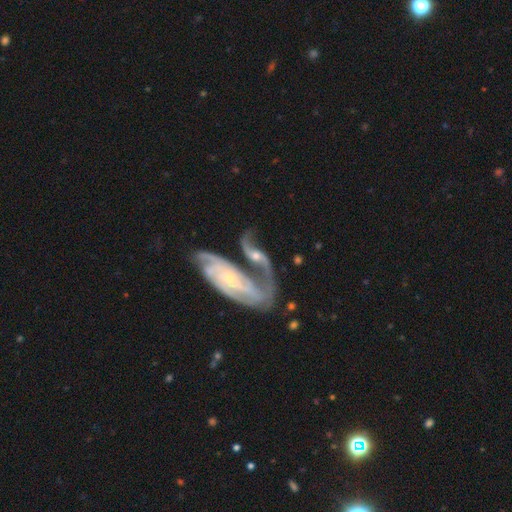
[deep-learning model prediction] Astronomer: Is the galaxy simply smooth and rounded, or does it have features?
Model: featured or disk — 85%.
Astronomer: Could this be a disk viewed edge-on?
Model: no — 93%.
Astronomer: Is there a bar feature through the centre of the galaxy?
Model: no — 57%.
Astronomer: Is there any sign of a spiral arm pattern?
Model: yes — 94%.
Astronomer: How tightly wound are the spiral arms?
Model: medium — 42% (runner-up: tight, 35%).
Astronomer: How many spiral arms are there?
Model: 2 — 54%.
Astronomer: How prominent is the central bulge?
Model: small — 72%.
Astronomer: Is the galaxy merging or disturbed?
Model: merger — 56%.